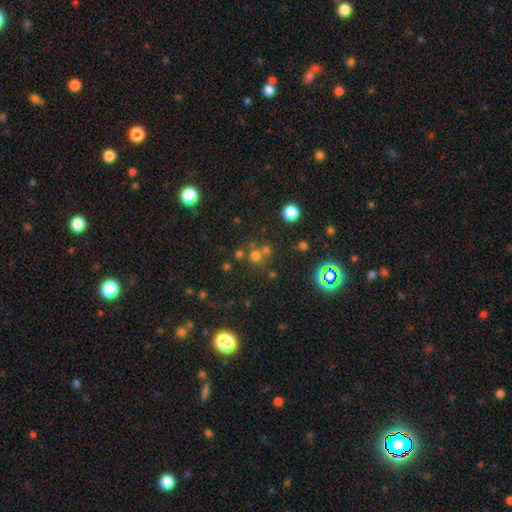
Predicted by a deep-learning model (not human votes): Smooth or featured? Predicted: smooth (p=0.58). How rounded? Predicted: round (p=0.90). Merging? Predicted: none (p=0.61).